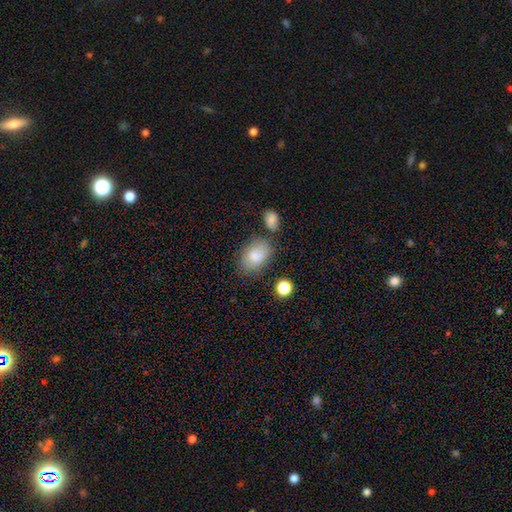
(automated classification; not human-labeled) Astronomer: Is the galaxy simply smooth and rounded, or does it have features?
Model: smooth — 83%.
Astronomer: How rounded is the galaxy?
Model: in between — 84%.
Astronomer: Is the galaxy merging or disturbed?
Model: none — 66%.